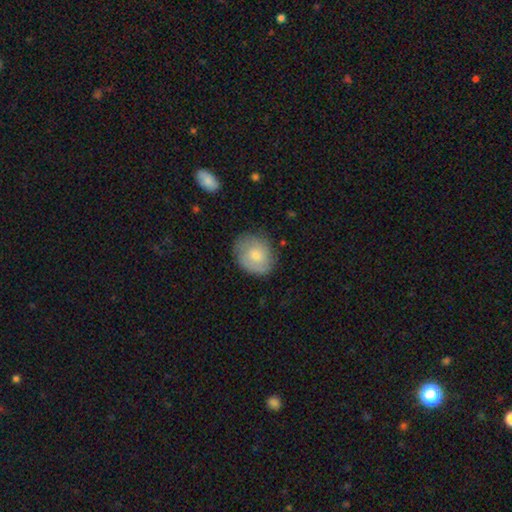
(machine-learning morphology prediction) This is likely a smooth galaxy (65%). How rounded: likely round (60%). Merging: likely none (73%).